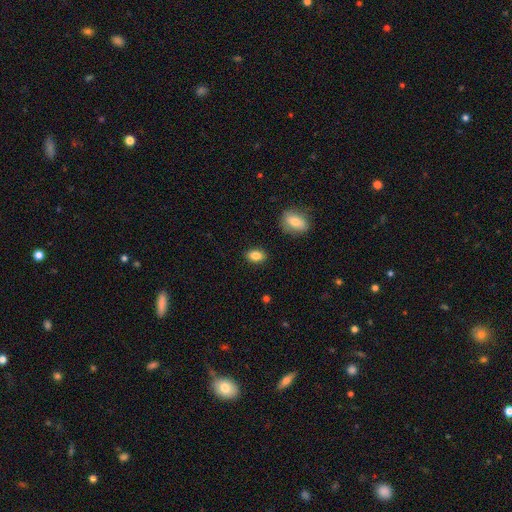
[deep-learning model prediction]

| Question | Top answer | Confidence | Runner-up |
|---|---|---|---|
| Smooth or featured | smooth | 85% | star or artifact (9%) |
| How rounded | in between | 86% | round (11%) |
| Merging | none | 88% | minor disturbance (9%) |